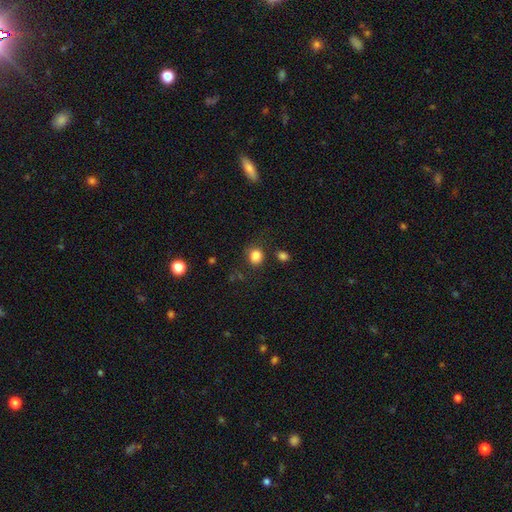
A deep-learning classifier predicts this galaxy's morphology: A smooth galaxy with no disk features (84%) that is round (77%). Merging: none (79%).